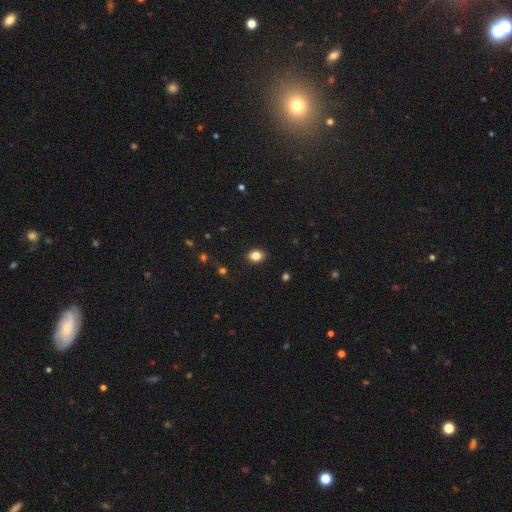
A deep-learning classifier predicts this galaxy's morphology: type=smooth (85%); roundness=in between (64%); merging=none (89%).